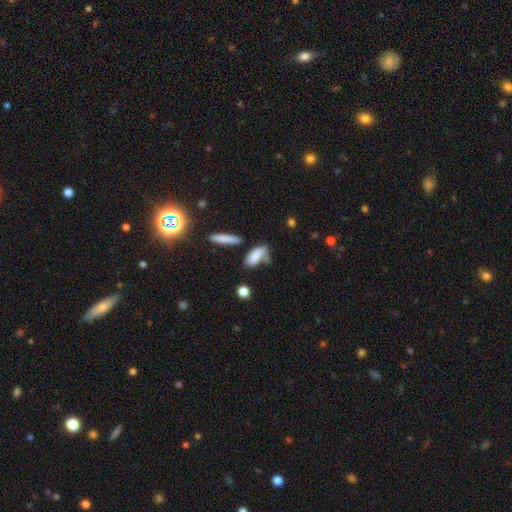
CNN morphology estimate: Q: Smooth or featured?
A: smooth (76%); runner-up: featured or disk (16%)
Q: How rounded?
A: in between (79%); runner-up: cigar-shaped (17%)
Q: Merging?
A: none (42%); runner-up: minor disturbance (25%)